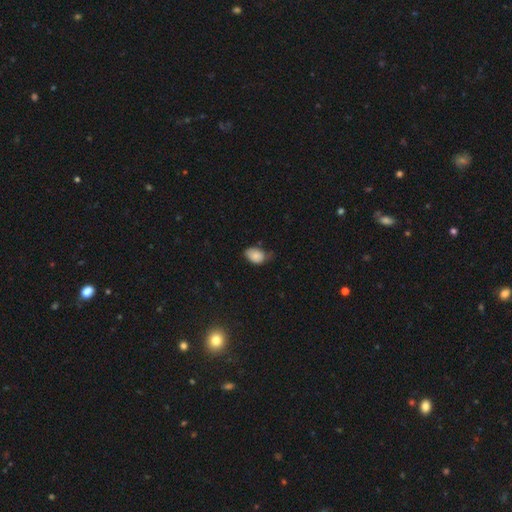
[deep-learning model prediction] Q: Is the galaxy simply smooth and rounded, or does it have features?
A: smooth — 83%.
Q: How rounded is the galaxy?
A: in between — 83%.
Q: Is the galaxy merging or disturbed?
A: none — 46%.